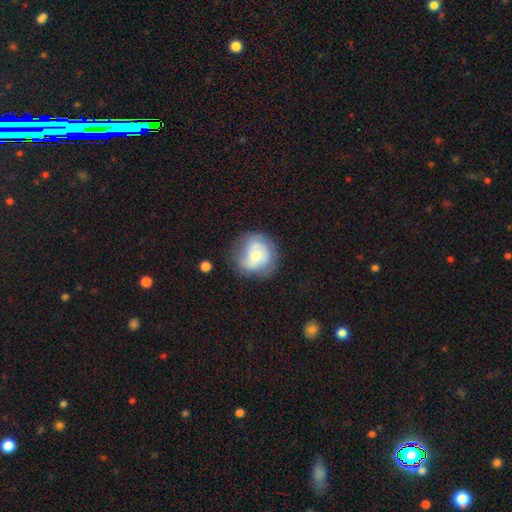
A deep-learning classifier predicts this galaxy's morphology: Smooth or featured? featured or disk (53%)
Edge-on disk? no (98%)
Bar? no (65%)
Spiral arms? yes (82%)
Bulge size? moderate (49%)
Merging? none (67%)